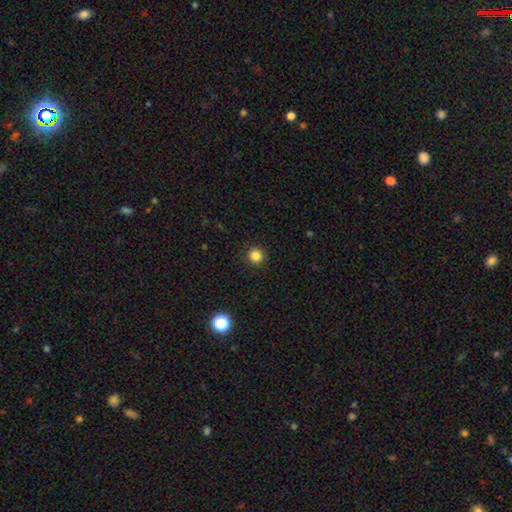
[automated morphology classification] smooth 84%, star or artifact 13%, featured or disk 4%. Down the decision tree: how rounded — round (95%); merging — none (92%).